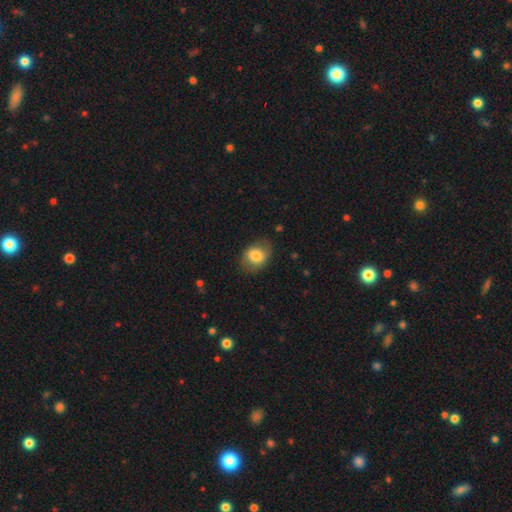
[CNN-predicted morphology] The model was most divided on "how rounded": in between: 62%, round: 37%, cigar-shaped: 1%. More confident: smooth or featured — smooth (76%); merging — none (72%).